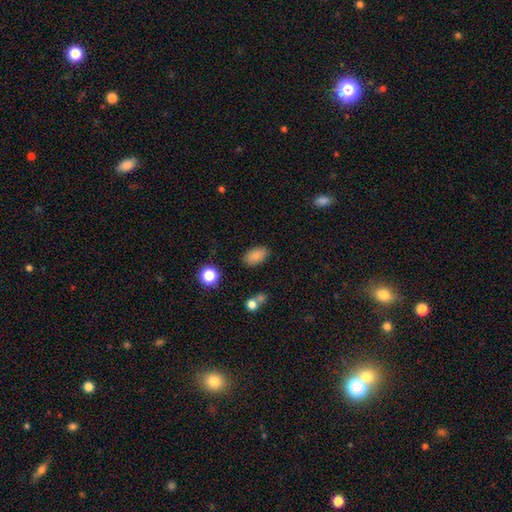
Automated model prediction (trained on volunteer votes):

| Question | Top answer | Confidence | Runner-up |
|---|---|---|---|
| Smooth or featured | smooth | 84% | star or artifact (10%) |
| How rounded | in between | 91% | round (7%) |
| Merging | none | 84% | minor disturbance (11%) |